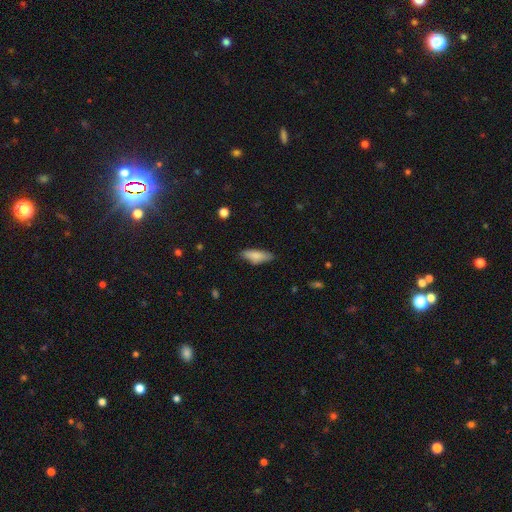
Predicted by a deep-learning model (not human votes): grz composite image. It shows a smooth galaxy with no disk features (83%) that is in between round and cigar-shaped (63%). Merging: none (78%).